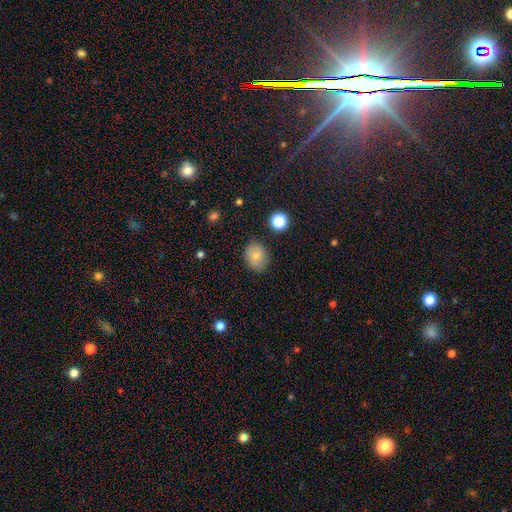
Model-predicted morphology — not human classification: A smooth galaxy with no disk features (76%) that is in between round and cigar-shaped (52%). Merging: none (82%).